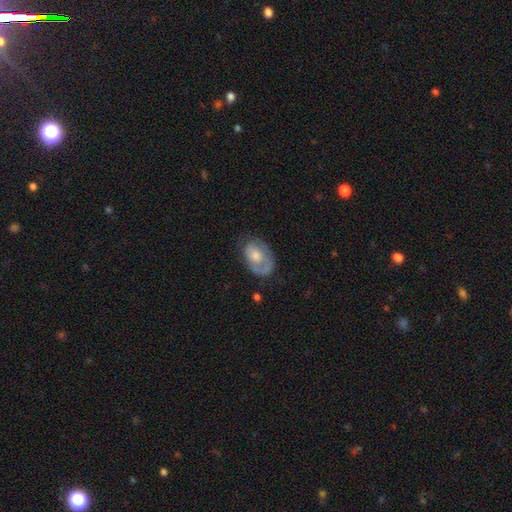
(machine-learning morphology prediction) Smooth or featured? featured or disk (52%)
Edge-on disk? no (95%)
Merging? none (56%)